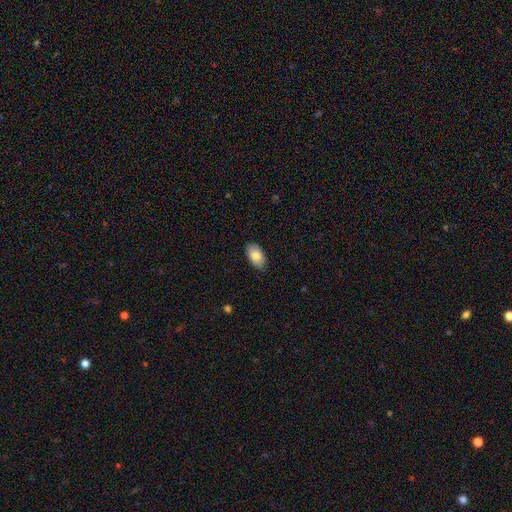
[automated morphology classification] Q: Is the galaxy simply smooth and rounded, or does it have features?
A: smooth — 81%.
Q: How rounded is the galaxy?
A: in between — 94%.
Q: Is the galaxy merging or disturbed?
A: none — 87%.